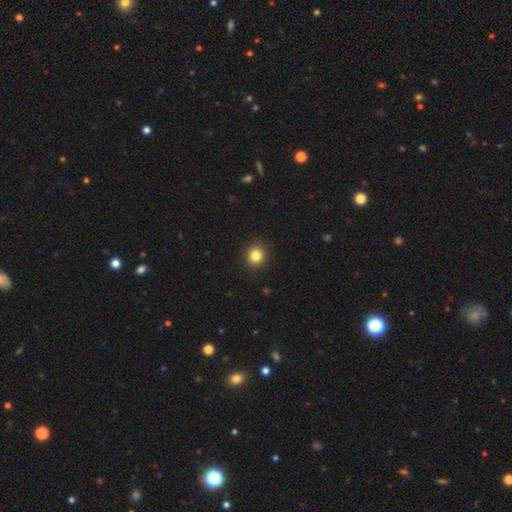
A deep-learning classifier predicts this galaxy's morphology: A smooth galaxy with no disk features (84%) that is round (85%).

Vote fractions:
- Smooth or featured? smooth: 84% / star or artifact: 11% / featured or disk: 5%
- How rounded? round: 85% / in between: 14% / cigar-shaped: 1%
- Merging? none: 92% / minor disturbance: 5% / major disturbance: 2% / merger: 1%